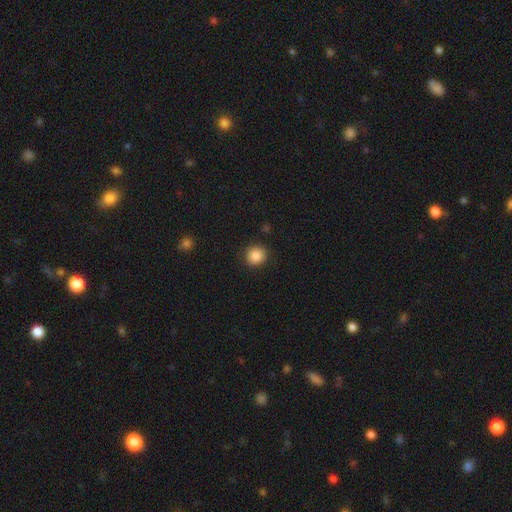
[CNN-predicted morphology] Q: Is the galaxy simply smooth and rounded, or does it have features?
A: smooth — 87%.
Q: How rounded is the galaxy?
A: round — 88%.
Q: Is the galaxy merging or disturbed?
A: none — 89%.